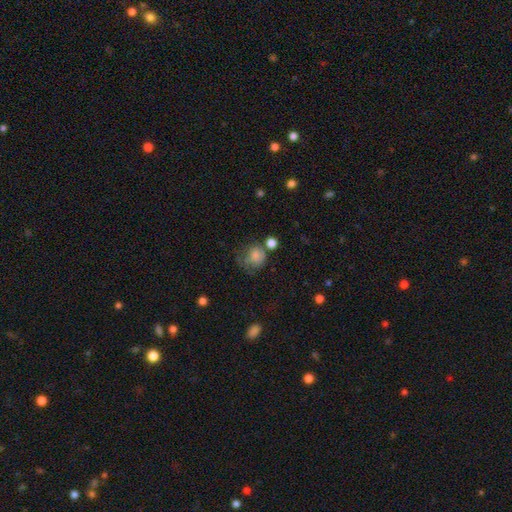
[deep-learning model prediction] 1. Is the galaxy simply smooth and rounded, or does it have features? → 74% smooth, 15% featured or disk, 11% star or artifact.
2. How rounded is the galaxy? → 74% round, 25% in between, 1% cigar-shaped.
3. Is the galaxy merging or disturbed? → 39% none, 26% minor disturbance, 23% major disturbance, 12% merger.